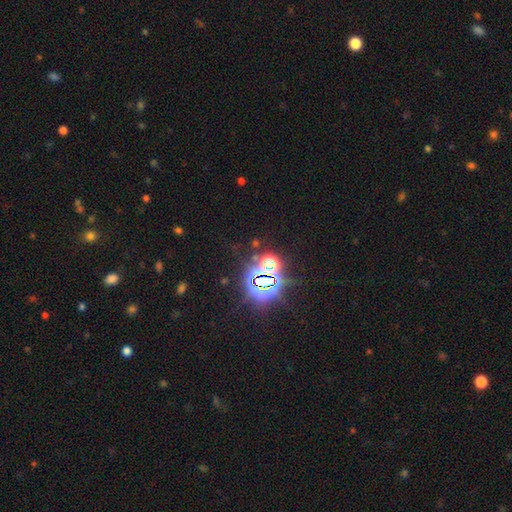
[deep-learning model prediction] smooth_or_featured: star or artifact (p=0.81) [alt: smooth p=0.12]